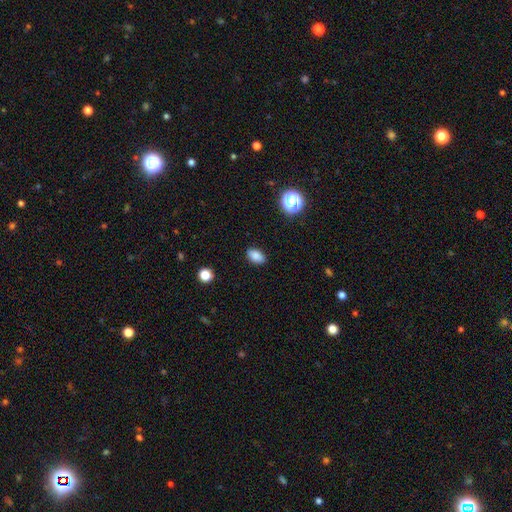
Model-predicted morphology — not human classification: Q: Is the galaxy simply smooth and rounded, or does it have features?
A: smooth — 85%.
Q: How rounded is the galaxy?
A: in between — 88%.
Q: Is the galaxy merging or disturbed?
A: none — 88%.